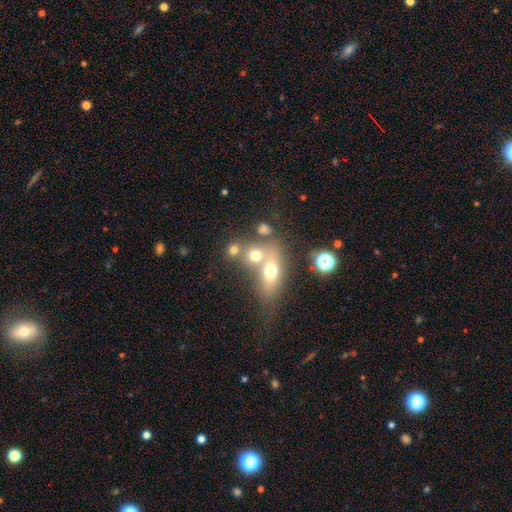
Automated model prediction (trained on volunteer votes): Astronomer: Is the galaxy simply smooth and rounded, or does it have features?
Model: smooth — 66%.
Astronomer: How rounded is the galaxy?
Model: round — 53% (runner-up: in between, 43%).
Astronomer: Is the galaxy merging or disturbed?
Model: merger — 50% (runner-up: none, 36%).